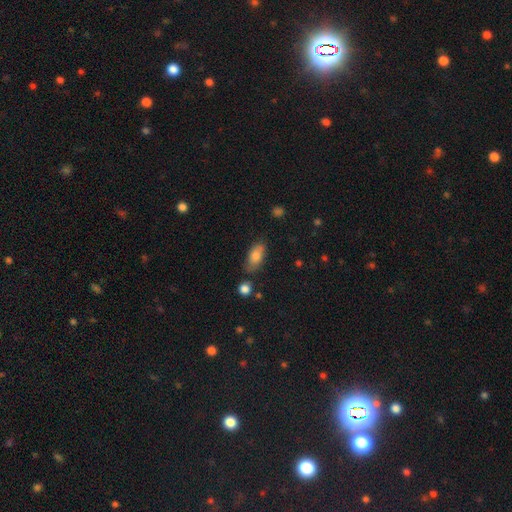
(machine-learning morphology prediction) Smooth or featured? smooth (78%)
How rounded? in between (85%)
Merging? none (72%)